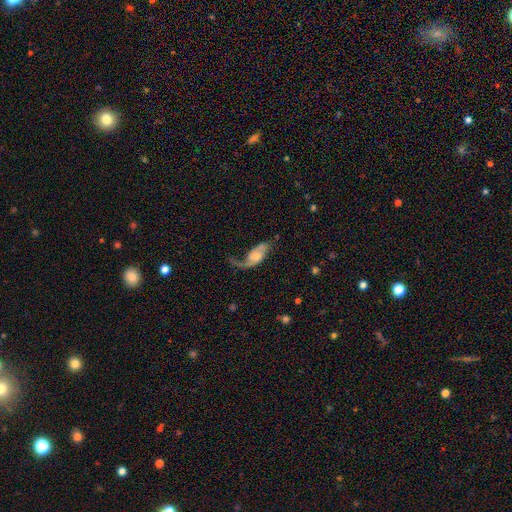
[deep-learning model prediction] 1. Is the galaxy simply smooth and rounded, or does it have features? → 70% featured or disk, 24% smooth, 7% star or artifact.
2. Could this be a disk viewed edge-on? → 94% no, 6% yes.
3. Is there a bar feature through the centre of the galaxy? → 57% no, 34% weak, 9% strong.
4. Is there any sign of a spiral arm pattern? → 87% yes, 13% no.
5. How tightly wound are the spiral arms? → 73% loose, 21% medium, 6% tight.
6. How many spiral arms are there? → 60% 2, 33% 1, 4% can't tell, 1% 3, 1% 4, 1% more than 4.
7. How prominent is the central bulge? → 35% small, 30% moderate, 21% none, 11% large, 3% dominant.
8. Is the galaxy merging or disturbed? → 41% major disturbance, 33% none, 21% minor disturbance, 5% merger.